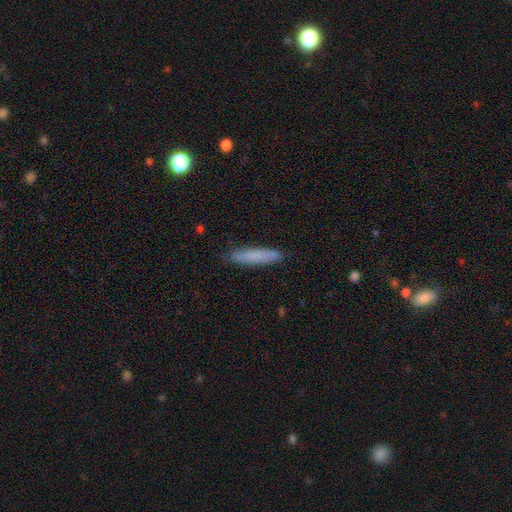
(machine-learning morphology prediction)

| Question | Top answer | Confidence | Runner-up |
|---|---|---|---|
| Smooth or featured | smooth | 78% | featured or disk (16%) |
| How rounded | cigar-shaped | 92% | in between (6%) |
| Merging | none | 89% | minor disturbance (8%) |